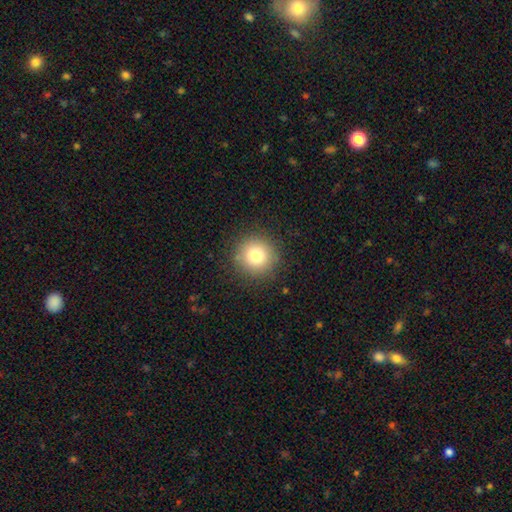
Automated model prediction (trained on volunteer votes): smooth_or_featured: smooth (p=0.78) [alt: star or artifact p=0.13]
how_rounded: round (p=0.95) [alt: in between p=0.04]
merging: none (p=0.89) [alt: minor disturbance p=0.07]